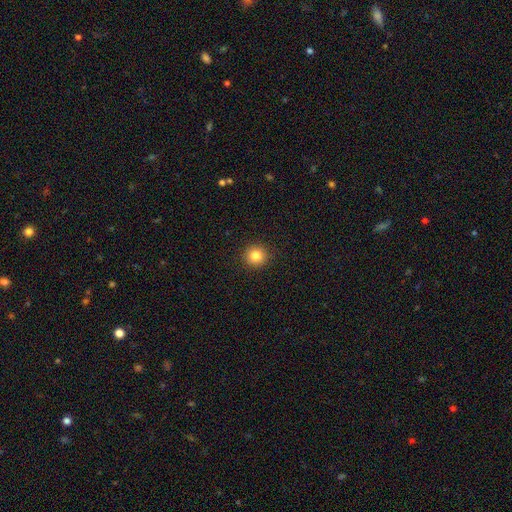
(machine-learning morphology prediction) Q: Smooth or featured?
A: smooth (83%); runner-up: star or artifact (11%)
Q: How rounded?
A: round (94%); runner-up: in between (5%)
Q: Merging?
A: none (92%); runner-up: minor disturbance (5%)